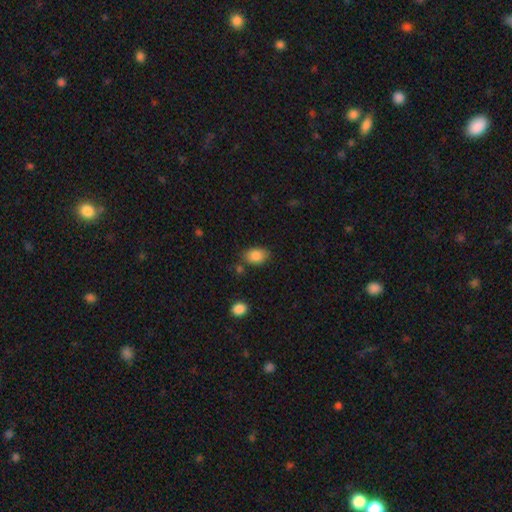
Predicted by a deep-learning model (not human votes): A smooth galaxy with no disk features (86%) that is in between round and cigar-shaped (84%). Merging: none (76%).